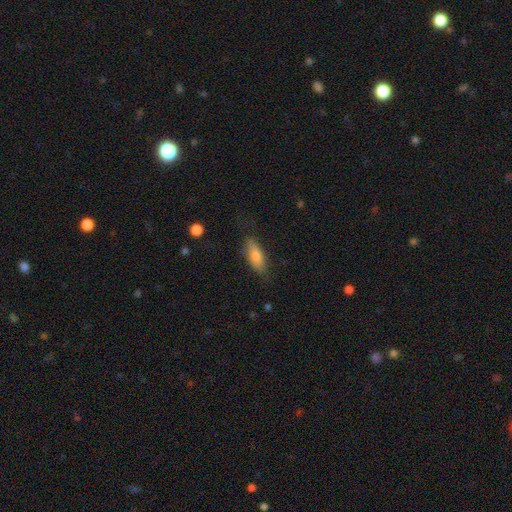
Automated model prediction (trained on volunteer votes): Smooth or featured: smooth — 77% (featured or disk — 16%)
How rounded: in between — 67% (cigar-shaped — 30%)
Merging: none — 74% (minor disturbance — 19%)